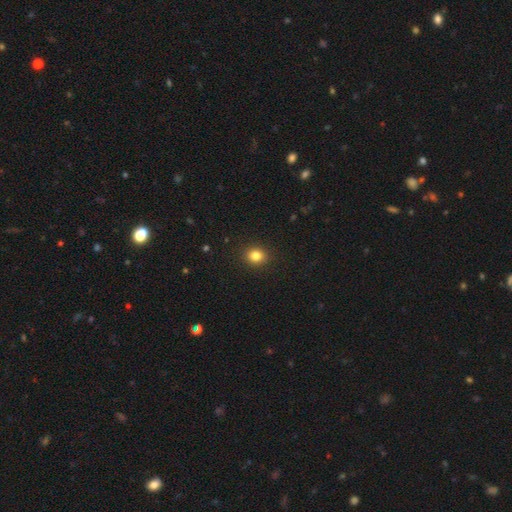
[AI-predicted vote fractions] smooth 83%, star or artifact 12%, featured or disk 6%. Down the decision tree: how rounded — round (70%); merging — none (91%).